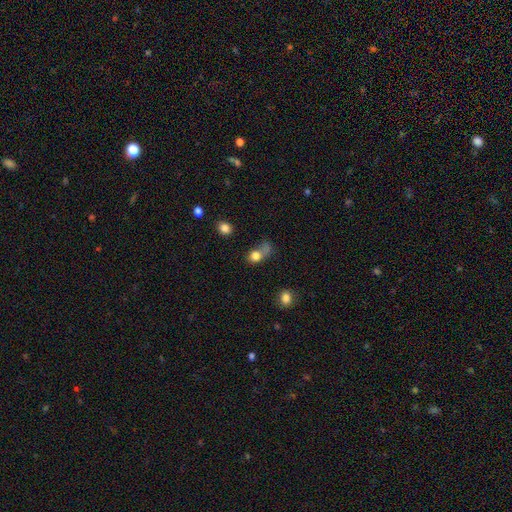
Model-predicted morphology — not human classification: smooth 78%, star or artifact 12%, featured or disk 10%. Down the decision tree: how rounded — round (62%); merging — none (32%).